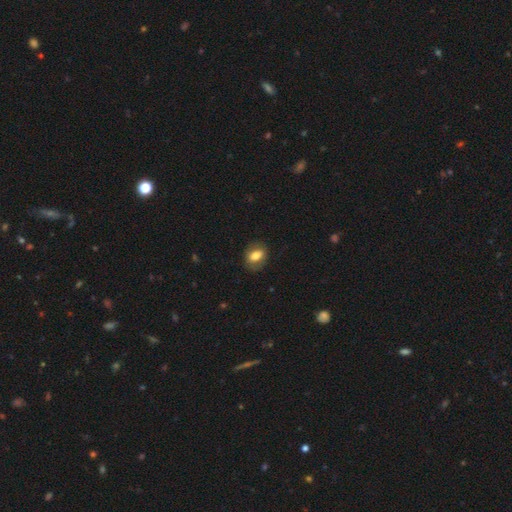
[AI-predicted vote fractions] Smooth or featured: smooth — 74% (featured or disk — 18%)
How rounded: in between — 72% (round — 26%)
Merging: none — 82% (minor disturbance — 13%)